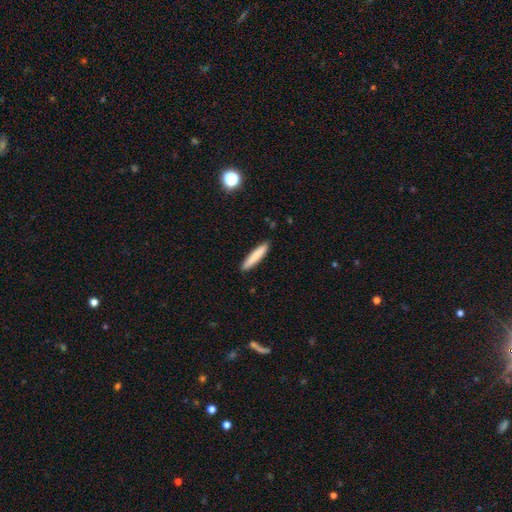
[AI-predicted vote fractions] Morphology: type=smooth (80%); roundness=cigar-shaped (89%); merging=none (89%).